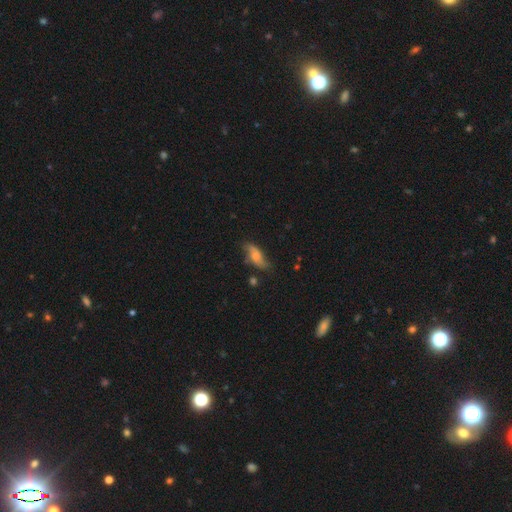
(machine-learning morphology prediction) The model was most divided on "smooth or featured": featured or disk: 48%, smooth: 44%, star or artifact: 8%. More confident: merging — none (64%).